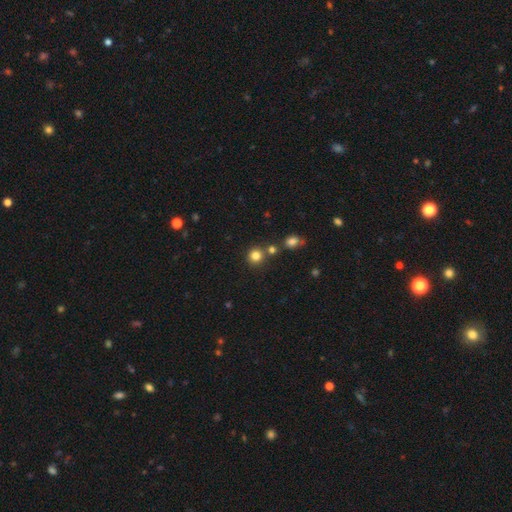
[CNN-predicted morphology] Smooth or featured? Predicted: smooth (p=0.81). How rounded? Predicted: round (p=0.92). Merging? Predicted: none (p=0.76).